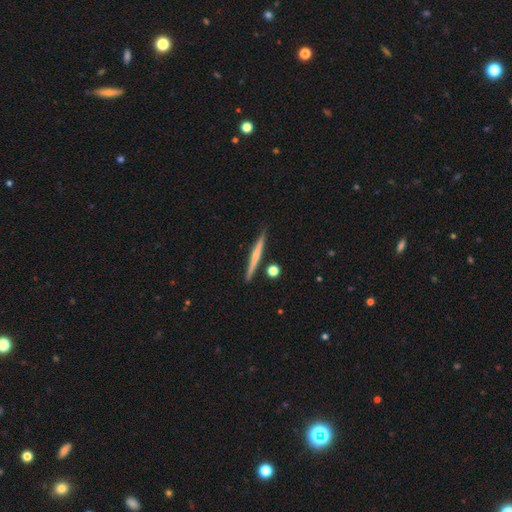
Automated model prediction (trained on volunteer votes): Smooth or featured? Predicted: featured or disk (p=0.50). Edge-on disk? Predicted: yes (p=0.97). Merging? Predicted: none (p=0.87).